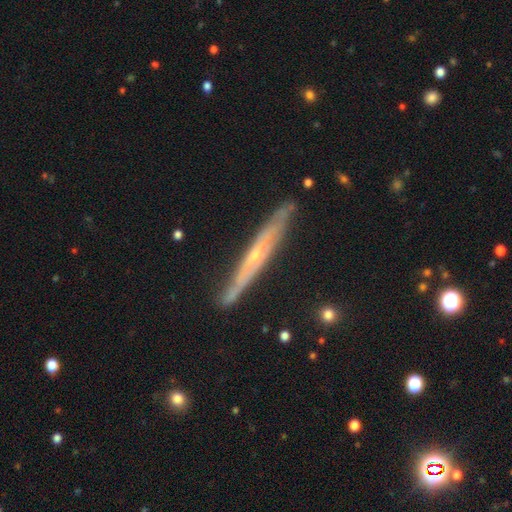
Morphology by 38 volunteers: Smooth or featured?
  - featured or disk: 76% *
  - smooth: 16%
  - star or artifact: 8%
Edge-on disk?
  - yes: 79% *
  - no: 21%
Edge-on bulge?
  - none: 52% *
  - rounded: 43%
  - boxy: 4%
Merging?
  - none: 89% *
  - minor disturbance: 9%
  - merger: 3%
  - major disturbance: 0%